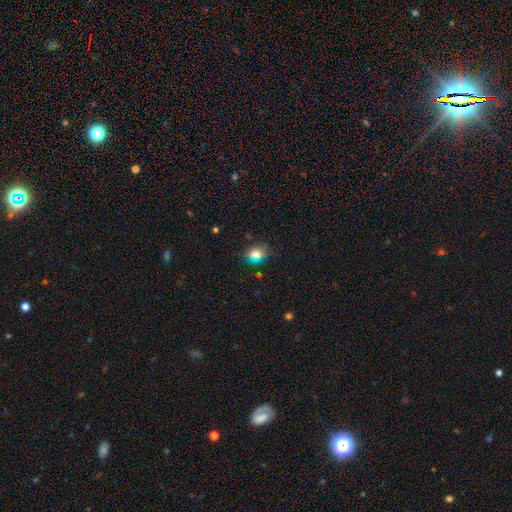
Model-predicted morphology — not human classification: smooth_or_featured: smooth (p=0.71) [alt: star or artifact p=0.19]
how_rounded: round (p=0.53) [alt: in between p=0.44]
merging: none (p=0.82) [alt: minor disturbance p=0.13]